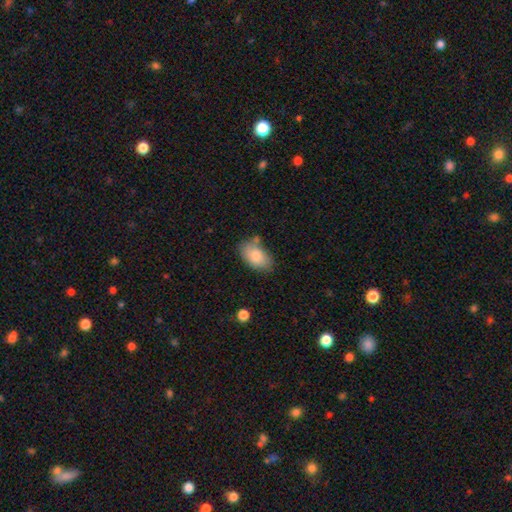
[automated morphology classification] smooth-or-featured: smooth: 80% | featured or disk: 13% | star or artifact: 7%
  how-rounded: in between: 92% | round: 6% | cigar-shaped: 2%
  merging: none: 67% | minor disturbance: 21% | merger: 8% | major disturbance: 5%